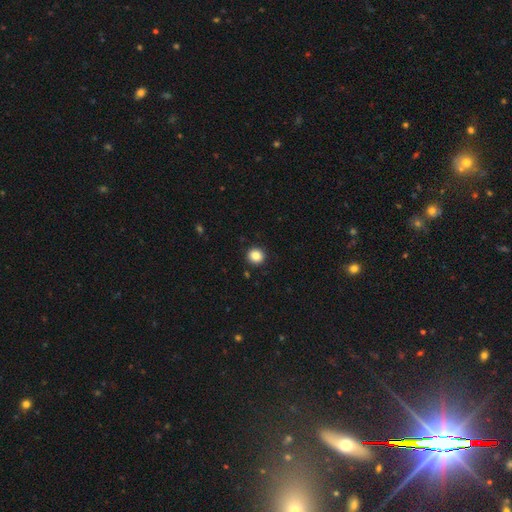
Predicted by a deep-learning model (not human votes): Smooth or featured? smooth (85%)
How rounded? round (94%)
Merging? none (93%)